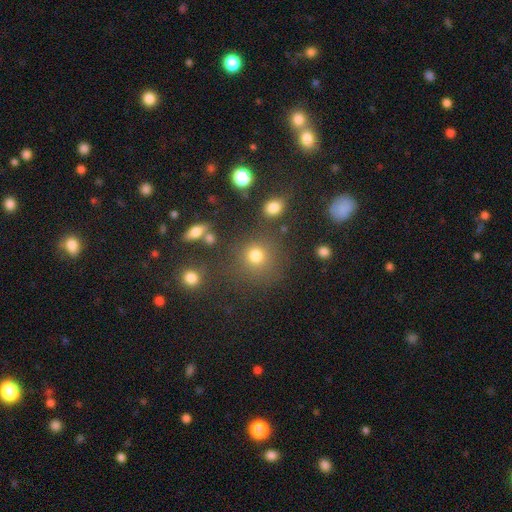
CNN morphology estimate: This is likely a smooth galaxy (75%). How rounded: clearly round (89%). Merging: likely none (75%).